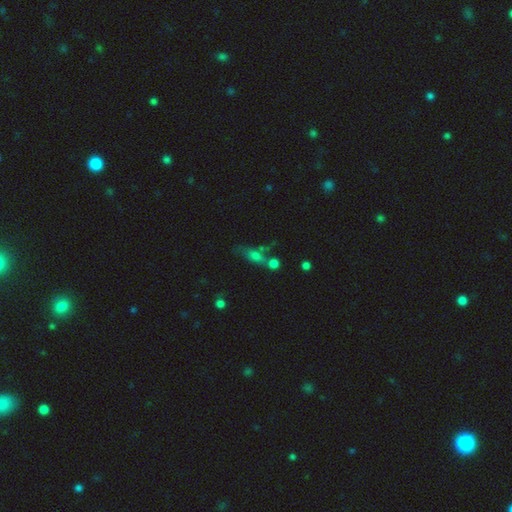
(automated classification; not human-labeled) A smooth galaxy with no disk features (62%) that is in between round and cigar-shaped (68%).

Vote fractions:
- Smooth or featured? smooth: 62% / featured or disk: 22% / star or artifact: 16%
- How rounded? in between: 68% / cigar-shaped: 21% / round: 11%
- Merging? none: 44% / merger: 25% / minor disturbance: 18% / major disturbance: 12%